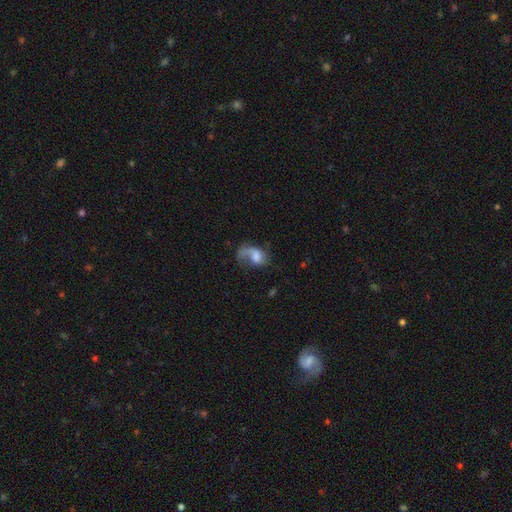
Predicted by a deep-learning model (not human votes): This is possibly a featured or disk galaxy (52%). It is clearly not viewed edge-on (97%). Merging: possibly major disturbance (49%).